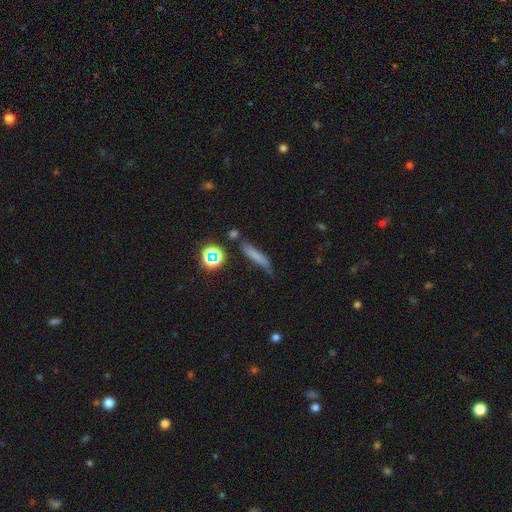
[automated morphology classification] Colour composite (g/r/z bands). It shows a smooth galaxy with no disk features (64%) that is cigar-shaped (84%). Merging: none (63%).